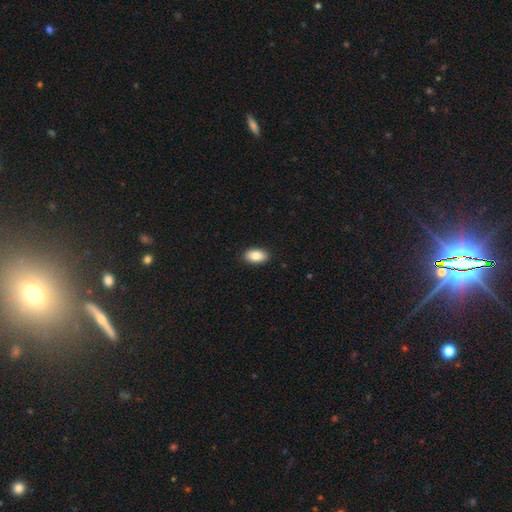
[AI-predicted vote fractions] smooth_or_featured: smooth (p=0.85) [alt: featured or disk p=0.07]
how_rounded: in between (p=0.92) [alt: round p=0.06]
merging: none (p=0.90) [alt: minor disturbance p=0.07]